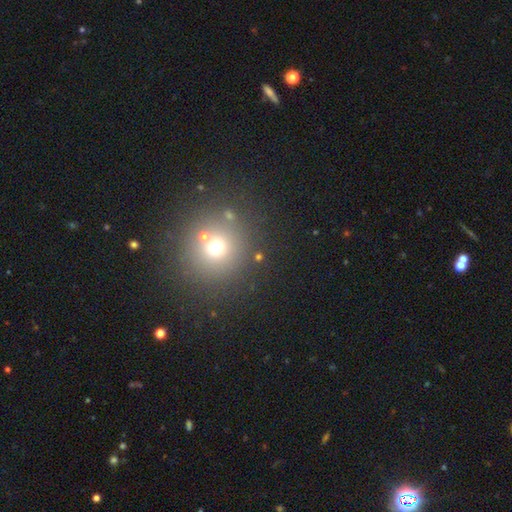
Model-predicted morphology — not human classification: smooth 53%, star or artifact 36%, featured or disk 11%. Down the decision tree: how rounded — round (91%); merging — none (78%).